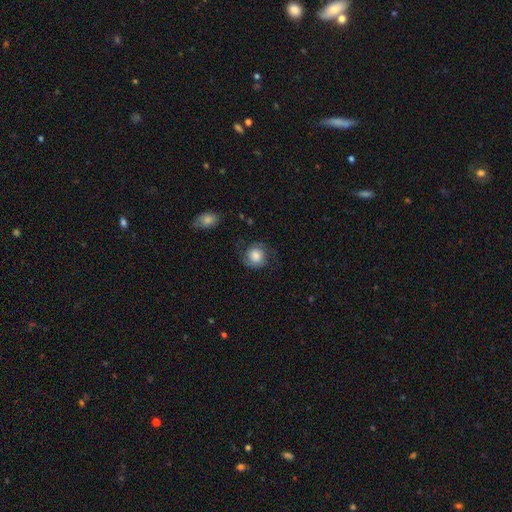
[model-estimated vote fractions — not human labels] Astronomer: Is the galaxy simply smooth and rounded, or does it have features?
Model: featured or disk — 57% (runner-up: smooth, 35%).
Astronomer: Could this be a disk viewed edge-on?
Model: no — 98%.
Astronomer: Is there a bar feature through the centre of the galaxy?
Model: no — 69%.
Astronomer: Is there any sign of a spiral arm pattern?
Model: yes — 92%.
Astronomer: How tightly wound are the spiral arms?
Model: medium — 45% (runner-up: tight, 30%).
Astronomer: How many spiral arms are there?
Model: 2 — 88%.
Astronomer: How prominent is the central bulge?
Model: large — 42% (runner-up: moderate, 31%).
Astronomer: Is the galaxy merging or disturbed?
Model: none — 71%.